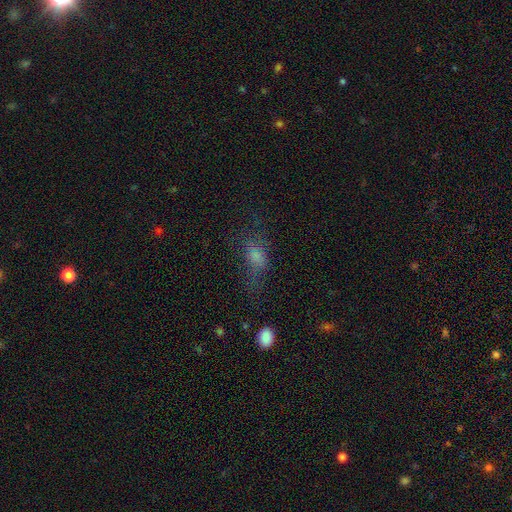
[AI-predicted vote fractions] smooth_or_featured: smooth (p=0.57) [alt: featured or disk p=0.24]
how_rounded: in between (p=0.69) [alt: round p=0.18]
merging: none (p=0.44) [alt: major disturbance p=0.31]